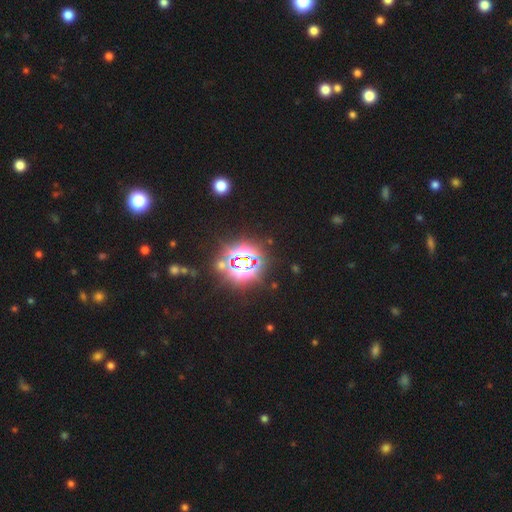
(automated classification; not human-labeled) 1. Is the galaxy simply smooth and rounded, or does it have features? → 83% star or artifact, 12% smooth, 5% featured or disk.